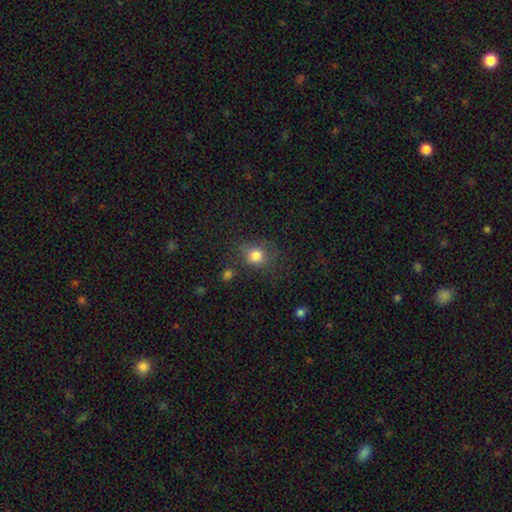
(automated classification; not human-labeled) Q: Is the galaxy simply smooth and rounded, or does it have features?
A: smooth — 79%.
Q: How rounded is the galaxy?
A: round — 77%.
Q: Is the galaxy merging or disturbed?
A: none — 68%.